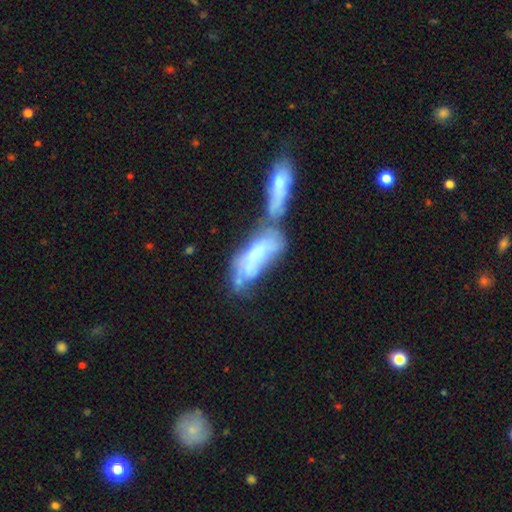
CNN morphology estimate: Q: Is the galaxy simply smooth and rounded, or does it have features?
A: smooth — 48%.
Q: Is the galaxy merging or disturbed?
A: merger — 59%.